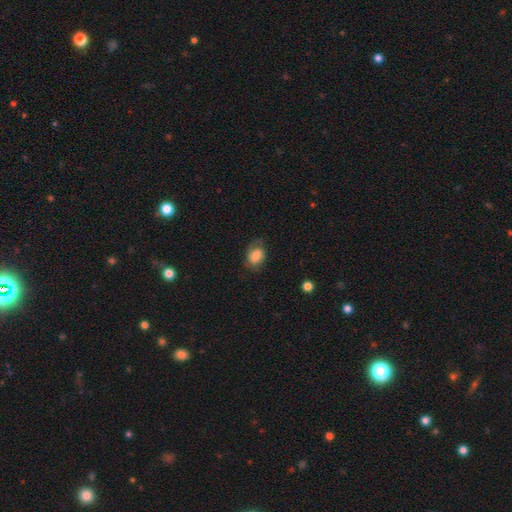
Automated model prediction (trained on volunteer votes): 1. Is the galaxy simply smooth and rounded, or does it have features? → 71% smooth, 21% featured or disk, 8% star or artifact.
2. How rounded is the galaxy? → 75% in between, 24% round, 1% cigar-shaped.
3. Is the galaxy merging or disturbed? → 64% none, 24% minor disturbance, 10% major disturbance, 1% merger.